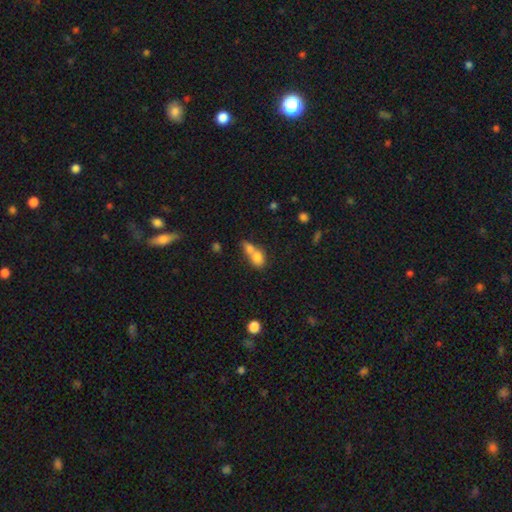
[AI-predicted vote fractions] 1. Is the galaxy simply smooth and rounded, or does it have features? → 76% smooth, 14% featured or disk, 10% star or artifact.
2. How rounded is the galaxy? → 61% in between, 35% round, 4% cigar-shaped.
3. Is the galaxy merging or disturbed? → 68% merger, 20% none, 7% minor disturbance, 5% major disturbance.